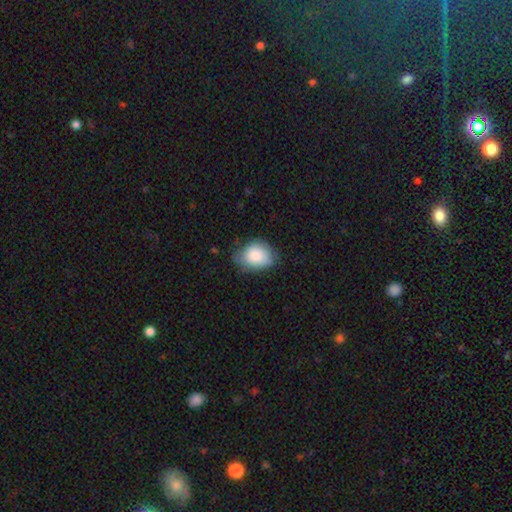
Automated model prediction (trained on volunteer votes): This is clearly a smooth galaxy (83%). How rounded: likely in between (64%). Merging: possibly none (58%).